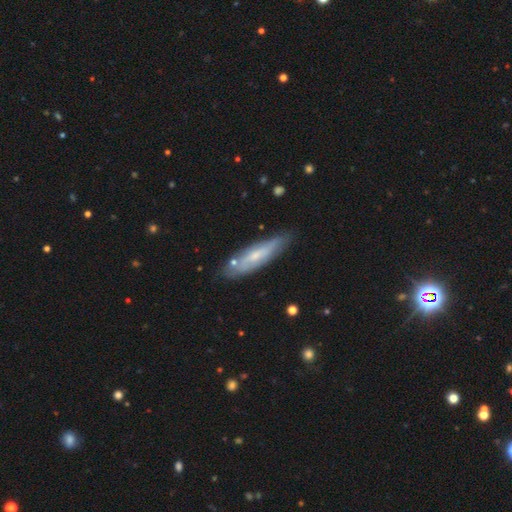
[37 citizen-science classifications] smooth 57%, featured or disk 38%, star or artifact 5%. Down the decision tree: how rounded — cigar-shaped (71%); merging — none (69%).